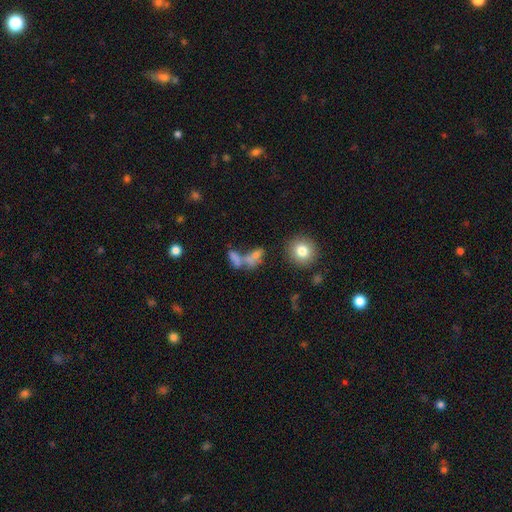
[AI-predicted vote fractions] This is likely a smooth galaxy (63%). How rounded: likely in between (61%). Merging: marginally merger (44%).